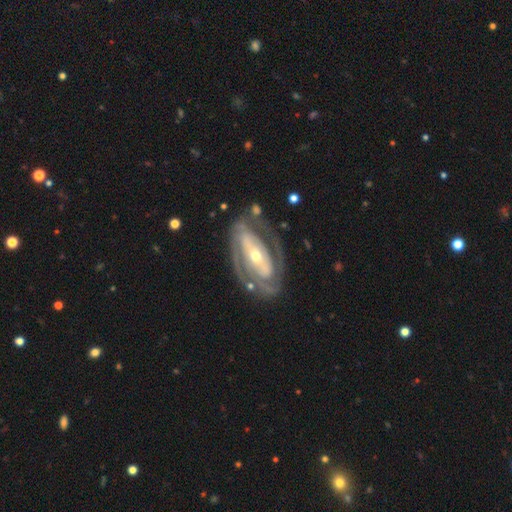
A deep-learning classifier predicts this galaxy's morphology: Q: Smooth or featured?
A: featured or disk (86%); runner-up: smooth (10%)
Q: Edge-on disk?
A: no (93%); runner-up: yes (7%)
Q: Bar?
A: strong (47%); runner-up: no (29%)
Q: Spiral arms?
A: yes (85%); runner-up: no (15%)
Q: Spiral winding?
A: tight (59%); runner-up: medium (31%)
Q: Spiral arm count?
A: 2 (70%); runner-up: can't tell (16%)
Q: Bulge size?
A: small (52%); runner-up: moderate (43%)
Q: Merging?
A: none (71%); runner-up: minor disturbance (16%)